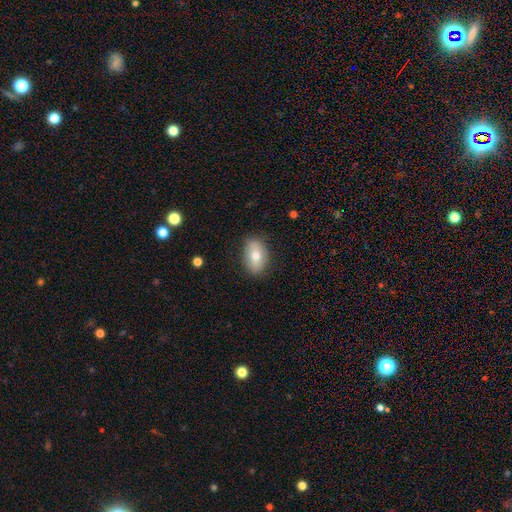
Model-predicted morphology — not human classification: A smooth galaxy with no disk features (69%) that is in between round and cigar-shaped (86%).

Vote fractions:
- Smooth or featured? smooth: 69% / featured or disk: 23% / star or artifact: 7%
- How rounded? in between: 86% / round: 13% / cigar-shaped: 2%
- Merging? none: 83% / minor disturbance: 13% / major disturbance: 3% / merger: 1%